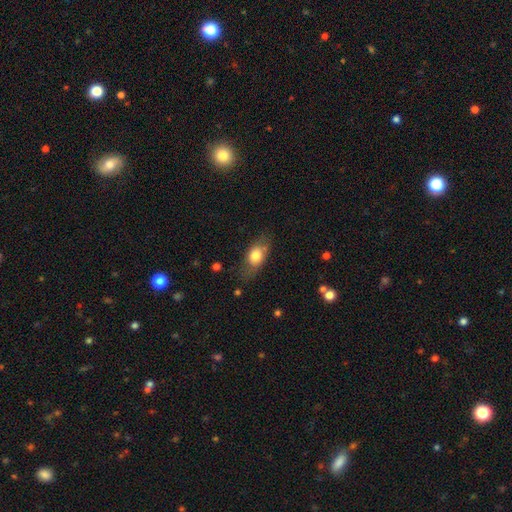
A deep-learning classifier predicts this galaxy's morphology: Q: Smooth or featured?
A: smooth (73%); runner-up: featured or disk (19%)
Q: How rounded?
A: in between (81%); runner-up: round (12%)
Q: Merging?
A: none (67%); runner-up: minor disturbance (22%)